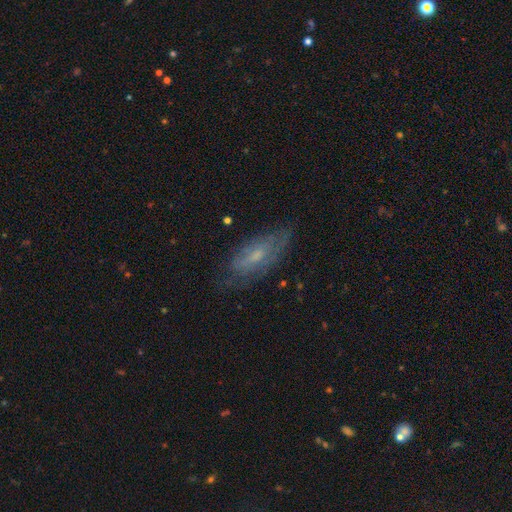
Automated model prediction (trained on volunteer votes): A featured or disk galaxy (53%). Merging: none (64%).